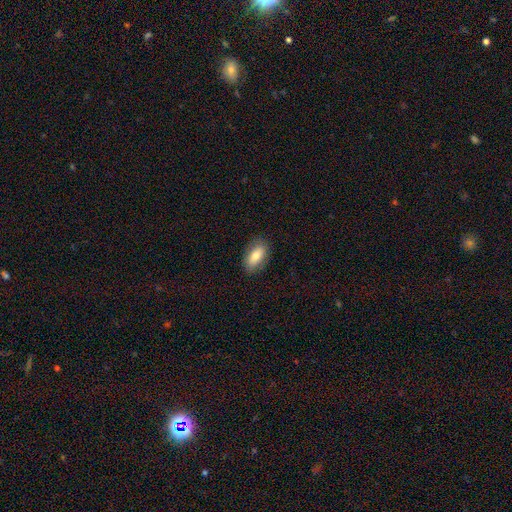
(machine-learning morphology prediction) A smooth galaxy with no disk features (77%) that is in between round and cigar-shaped (89%). Merging: none (84%).